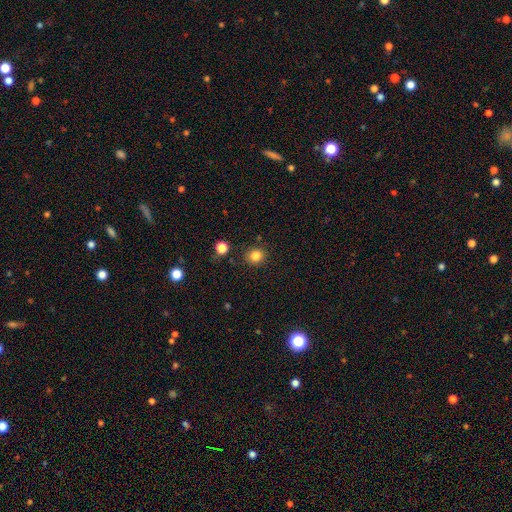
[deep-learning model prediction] The model was most divided on "how rounded": round: 82%, in between: 17%, cigar-shaped: 1%. More confident: merging — none (85%); smooth or featured — smooth (83%).